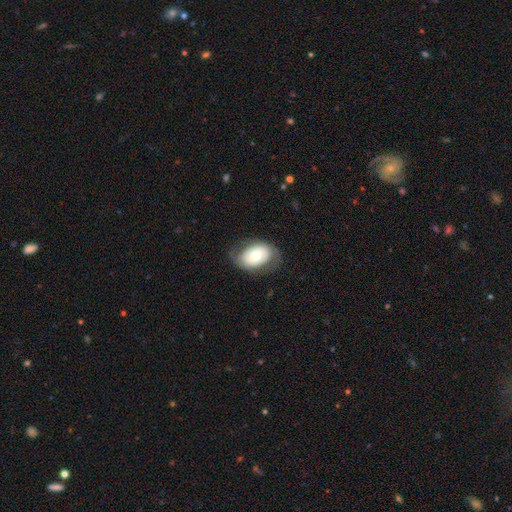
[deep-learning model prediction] smooth-or-featured: smooth: 48% | featured or disk: 45% | star or artifact: 6%
  merging: none: 70% | minor disturbance: 19% | major disturbance: 10% | merger: 1%